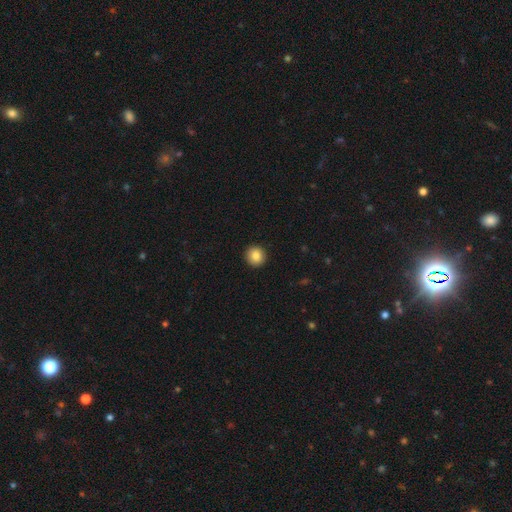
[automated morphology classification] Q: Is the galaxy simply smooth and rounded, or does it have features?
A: smooth — 85%.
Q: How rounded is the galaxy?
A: round — 94%.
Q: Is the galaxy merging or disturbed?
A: none — 93%.